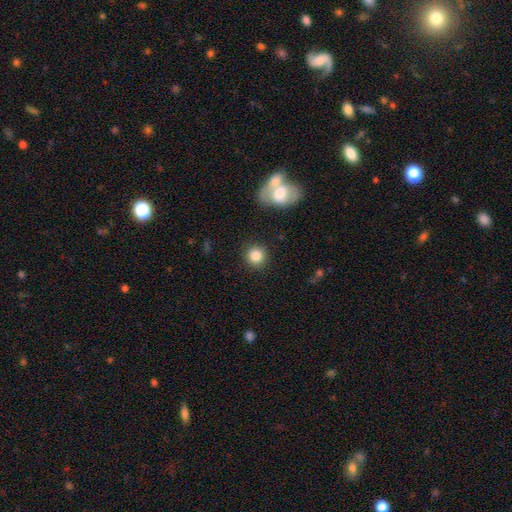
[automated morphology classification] Smooth or featured: smooth — 85% (star or artifact — 10%)
How rounded: round — 91% (in between — 8%)
Merging: none — 89% (minor disturbance — 6%)